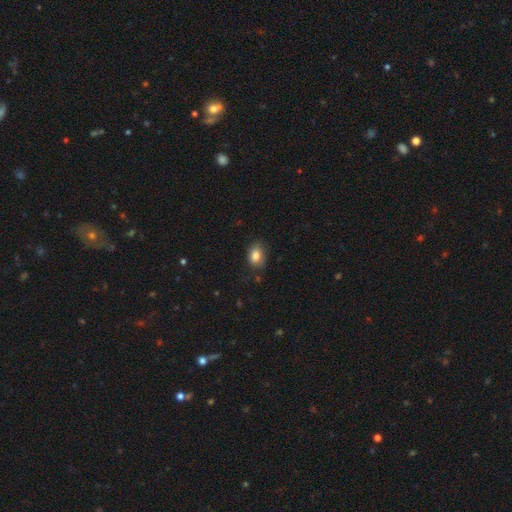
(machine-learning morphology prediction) Smooth or featured?
  - smooth: 84% *
  - star or artifact: 9%
  - featured or disk: 7%
How rounded?
  - in between: 75% *
  - round: 23%
  - cigar-shaped: 1%
Merging?
  - none: 78% *
  - minor disturbance: 17%
  - major disturbance: 4%
  - merger: 1%